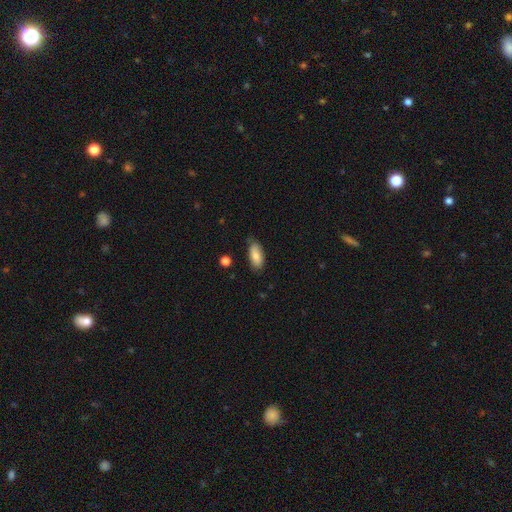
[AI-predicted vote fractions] A smooth galaxy with no disk features (83%) that is in between round and cigar-shaped (87%). Merging: none (77%).